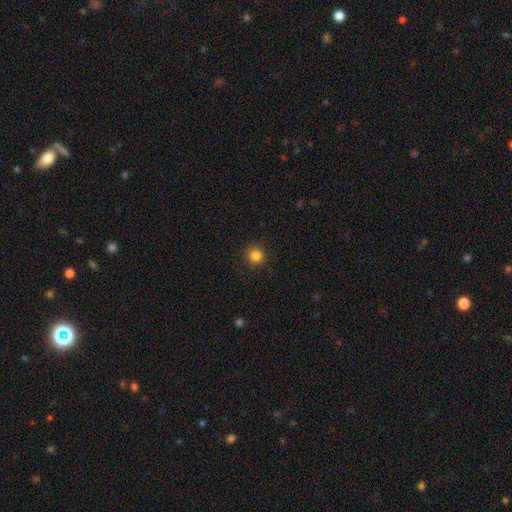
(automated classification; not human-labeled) A smooth galaxy with no disk features (85%) that is round (93%). Merging: none (91%).